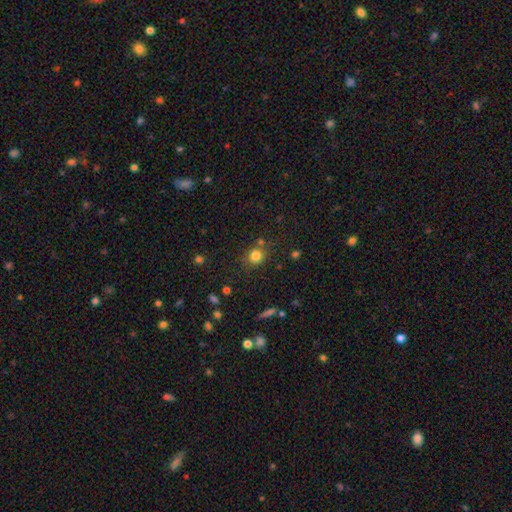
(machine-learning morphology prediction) Smooth or featured: smooth — 80% (star or artifact — 13%)
How rounded: round — 83% (in between — 16%)
Merging: none — 74% (minor disturbance — 12%)